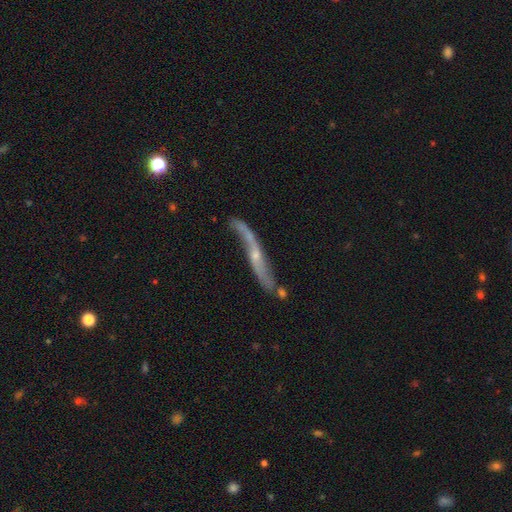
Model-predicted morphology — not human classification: This appears to be a featured or disk galaxy (77%) viewed edge-on (50%, tied with no). Merging: none (45%).